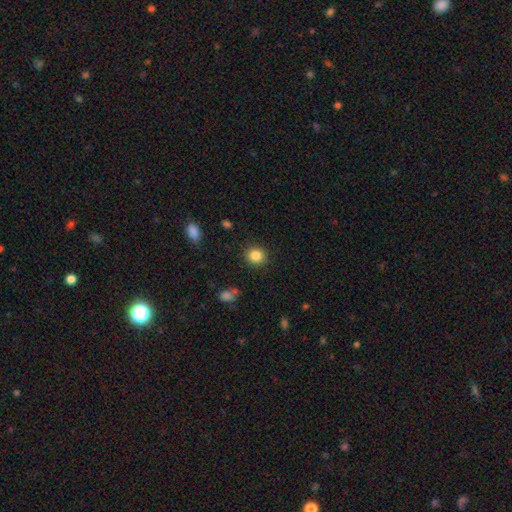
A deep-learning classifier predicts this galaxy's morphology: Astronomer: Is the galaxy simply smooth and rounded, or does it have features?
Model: smooth — 85%.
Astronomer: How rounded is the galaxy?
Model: round — 84%.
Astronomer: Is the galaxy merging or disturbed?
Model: none — 89%.